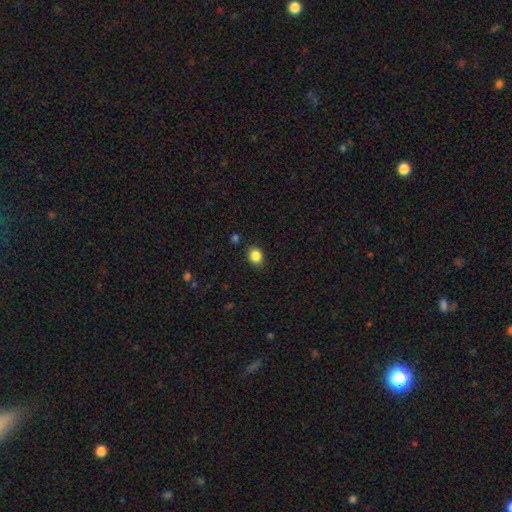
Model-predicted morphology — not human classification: Smooth or featured?
  - smooth: 86% *
  - star or artifact: 10%
  - featured or disk: 4%
How rounded?
  - round: 55% *
  - in between: 44%
  - cigar-shaped: 1%
Merging?
  - none: 85% *
  - minor disturbance: 10%
  - major disturbance: 3%
  - merger: 2%